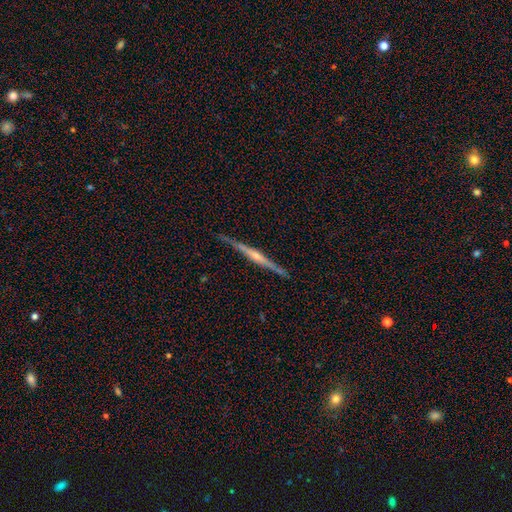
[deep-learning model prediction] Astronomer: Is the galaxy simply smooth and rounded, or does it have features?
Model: featured or disk — 81%.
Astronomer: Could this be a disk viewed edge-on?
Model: yes — 98%.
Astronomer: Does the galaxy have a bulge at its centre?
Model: rounded — 73%.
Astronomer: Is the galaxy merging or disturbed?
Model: none — 87%.